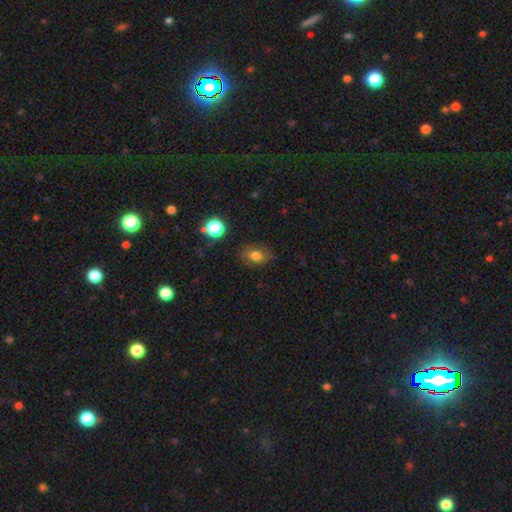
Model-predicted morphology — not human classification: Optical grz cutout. It shows a smooth galaxy with no disk features (76%) that is in between round and cigar-shaped (57%). Merging: none (79%).